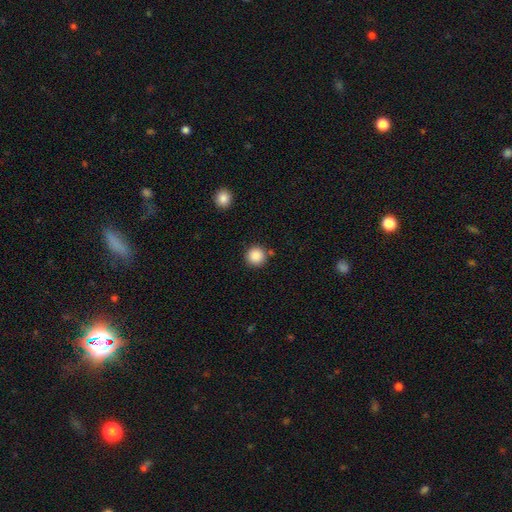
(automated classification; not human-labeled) Smooth or featured? smooth (88%)
How rounded? round (95%)
Merging? none (87%)